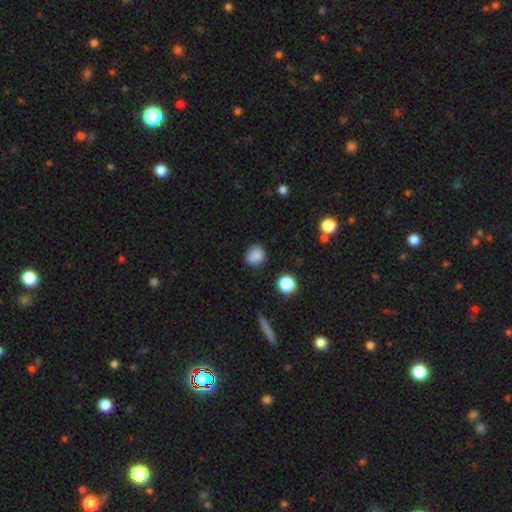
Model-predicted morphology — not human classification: smooth 85%, star or artifact 11%, featured or disk 4%. Down the decision tree: how rounded — round (74%); merging — none (79%).